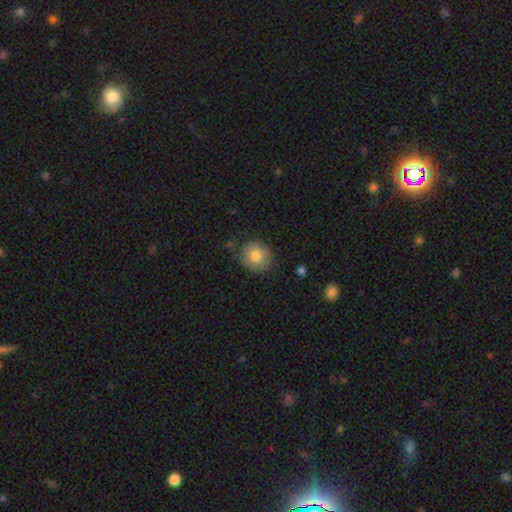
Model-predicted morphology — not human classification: A smooth galaxy with no disk features (80%) that is round (83%). Merging: none (79%).